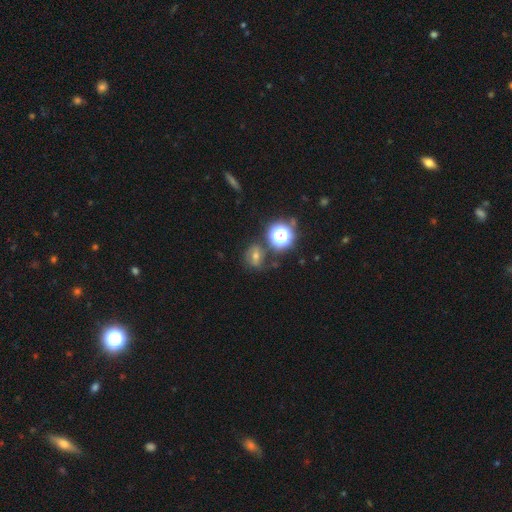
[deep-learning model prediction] Morphology: type=star or artifact (37%).